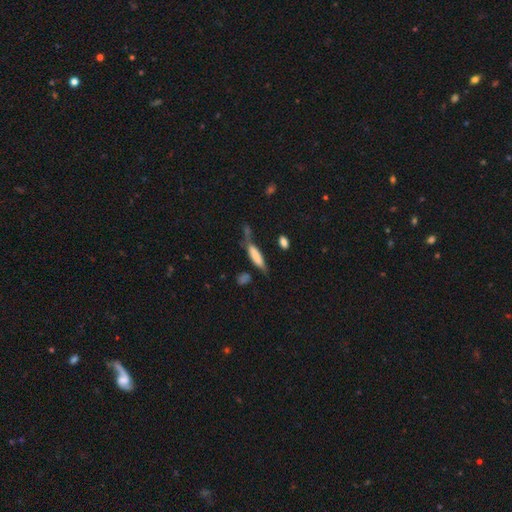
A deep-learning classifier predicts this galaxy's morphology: A smooth galaxy with no disk features (70%) that is cigar-shaped (69%).

Vote fractions:
- Smooth or featured? smooth: 70% / featured or disk: 22% / star or artifact: 7%
- How rounded? cigar-shaped: 69% / in between: 28% / round: 2%
- Merging? none: 45% / minor disturbance: 26% / major disturbance: 15% / merger: 14%